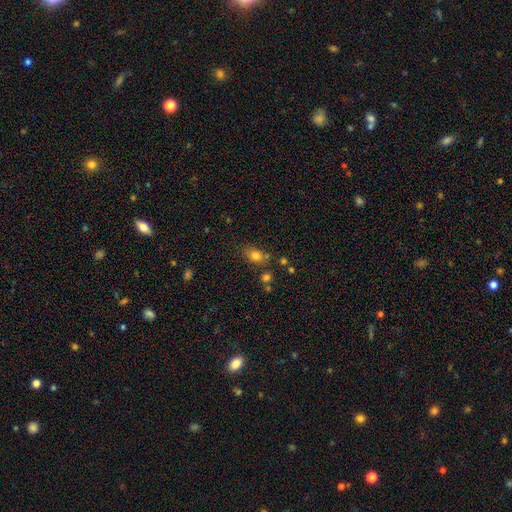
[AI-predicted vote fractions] smooth_or_featured: smooth (p=0.77) [alt: star or artifact p=0.14]
how_rounded: in between (p=0.61) [alt: round p=0.37]
merging: none (p=0.66) [alt: minor disturbance p=0.18]